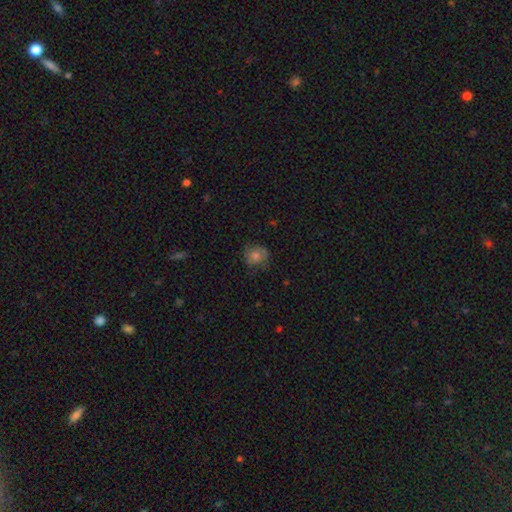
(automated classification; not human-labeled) Smooth or featured?
  - smooth: 54% *
  - featured or disk: 33%
  - star or artifact: 13%
How rounded?
  - round: 81% *
  - in between: 18%
  - cigar-shaped: 1%
Merging?
  - none: 69% *
  - minor disturbance: 21%
  - major disturbance: 9%
  - merger: 1%